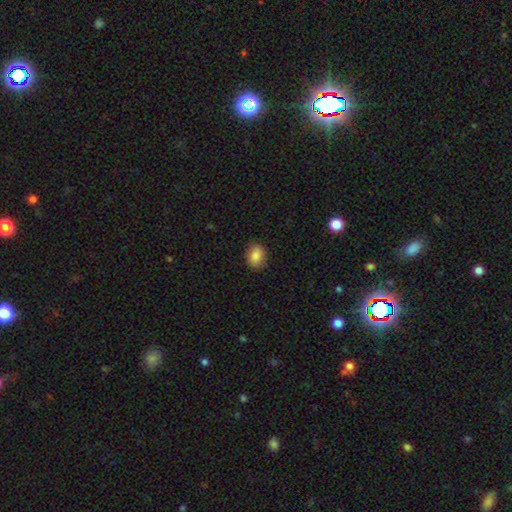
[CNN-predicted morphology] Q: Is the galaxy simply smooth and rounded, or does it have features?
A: smooth — 86%.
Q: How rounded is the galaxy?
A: in between — 65%.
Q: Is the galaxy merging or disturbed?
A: none — 87%.